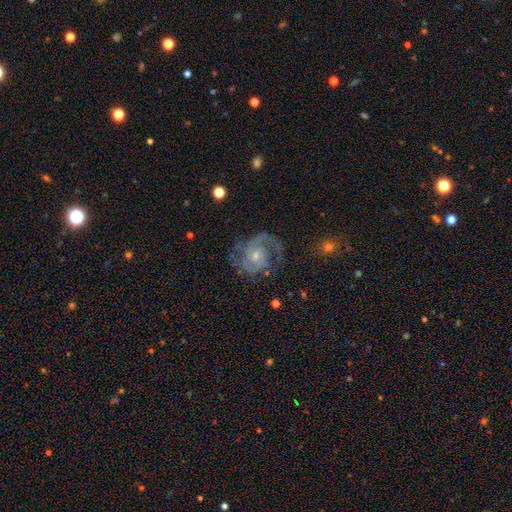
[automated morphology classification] Smooth or featured? Predicted: featured or disk (p=0.87). Edge-on disk? Predicted: no (p=0.98). Bar? Predicted: no (p=0.69). Spiral arms? Predicted: yes (p=0.97). Spiral winding? Predicted: medium (p=0.47). Spiral arm count? Predicted: 2 (p=0.74). Bulge size? Predicted: small (p=0.59). Merging? Predicted: none (p=0.71).